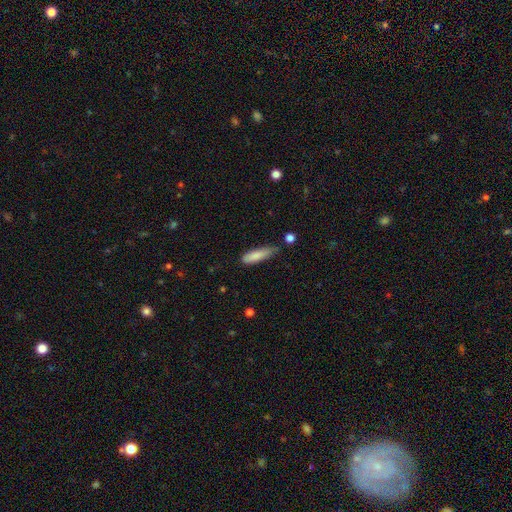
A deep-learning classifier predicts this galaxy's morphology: Smooth or featured: smooth — 84% (featured or disk — 10%)
How rounded: cigar-shaped — 65% (in between — 34%)
Merging: none — 57% (minor disturbance — 33%)